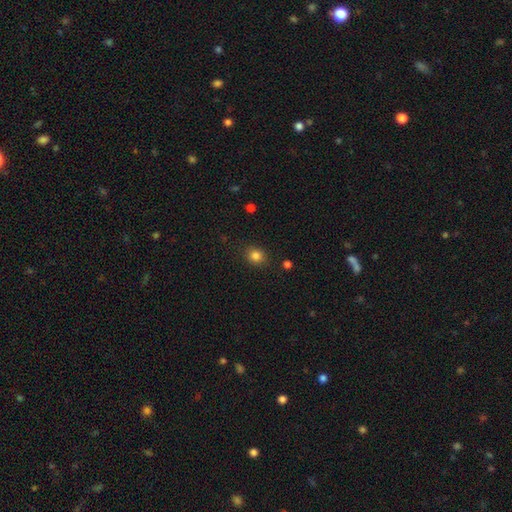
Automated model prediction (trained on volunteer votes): Smooth or featured: smooth — 83% (star or artifact — 12%)
How rounded: round — 72% (in between — 27%)
Merging: none — 87% (minor disturbance — 9%)